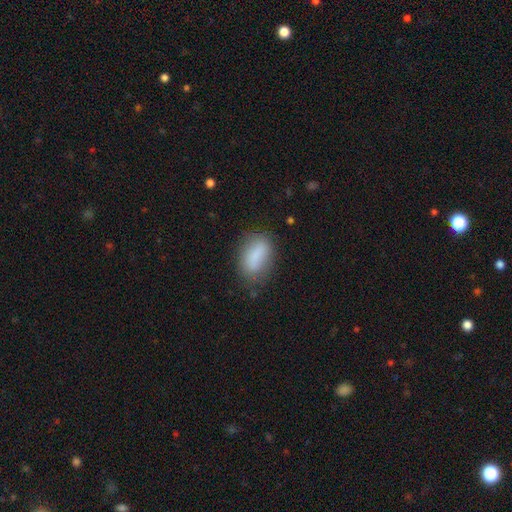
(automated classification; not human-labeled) Q: Smooth or featured?
A: smooth (80%); runner-up: featured or disk (13%)
Q: How rounded?
A: in between (86%); runner-up: cigar-shaped (7%)
Q: Merging?
A: none (68%); runner-up: minor disturbance (22%)